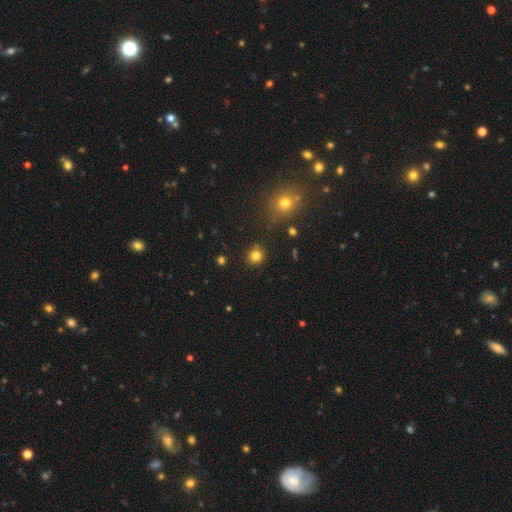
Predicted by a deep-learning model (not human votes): Smooth or featured? smooth (80%)
How rounded? round (93%)
Merging? none (89%)